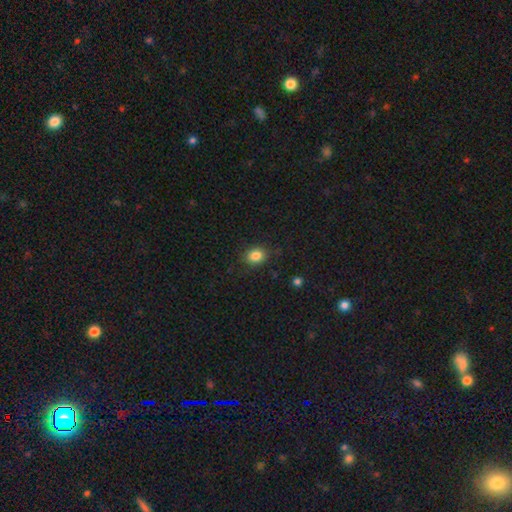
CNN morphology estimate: type=smooth (84%); roundness=round (59%); merging=none (85%).